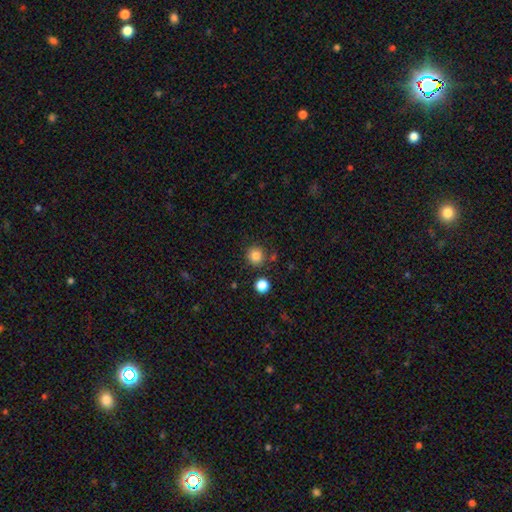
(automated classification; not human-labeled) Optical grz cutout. It shows a smooth galaxy with no disk features (84%) that is round (93%). Merging: none (85%).